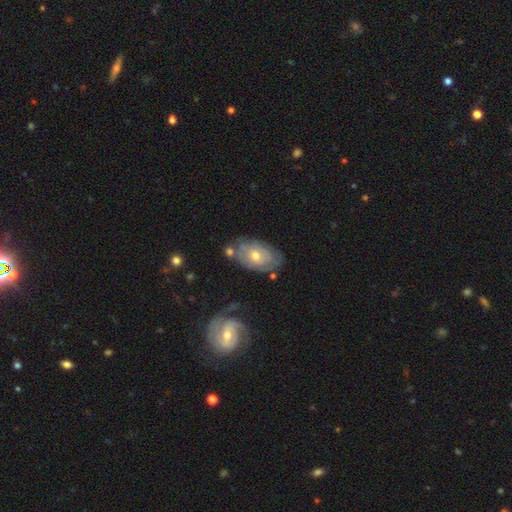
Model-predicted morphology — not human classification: Overall: featured or disk (62%; smooth 31%). Edge-on disk: no (93%). Bar: no (75%). Spiral arms: yes (69%; no 31%). Bulge size: moderate (57%; small 38%). Merging: none (61%; minor disturbance 22%).